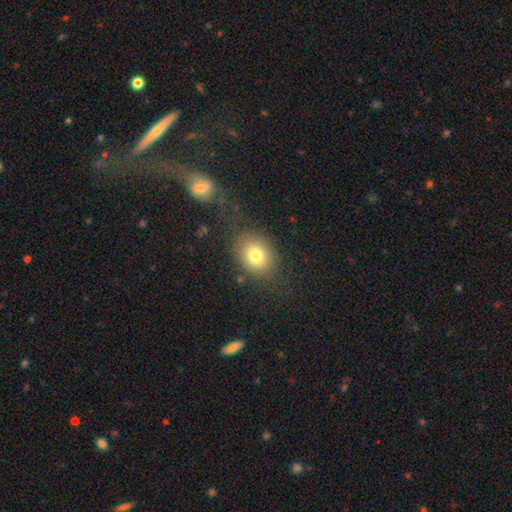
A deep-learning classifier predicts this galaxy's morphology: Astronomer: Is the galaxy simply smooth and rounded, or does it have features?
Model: smooth — 78%.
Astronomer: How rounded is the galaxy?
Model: in between — 56% (runner-up: round, 43%).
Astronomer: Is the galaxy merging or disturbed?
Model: none — 75%.